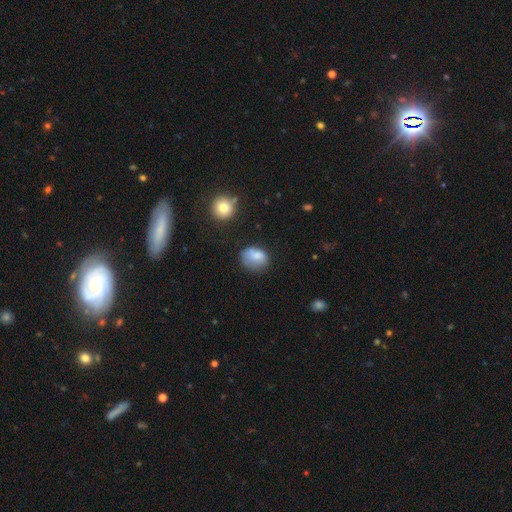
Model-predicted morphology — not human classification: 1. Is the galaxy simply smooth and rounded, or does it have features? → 76% smooth, 14% featured or disk, 10% star or artifact.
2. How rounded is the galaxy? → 61% in between, 38% round, 1% cigar-shaped.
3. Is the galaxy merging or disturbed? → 45% none, 32% minor disturbance, 17% major disturbance, 6% merger.